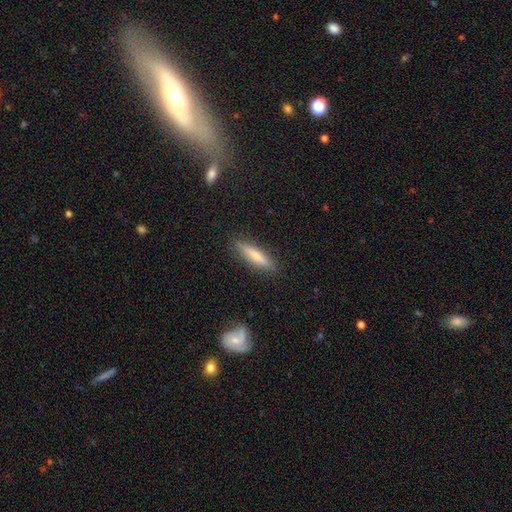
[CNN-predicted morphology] smooth_or_featured: smooth (p=0.68) [alt: featured or disk p=0.26]
how_rounded: cigar-shaped (p=0.80) [alt: in between p=0.18]
merging: none (p=0.87) [alt: minor disturbance p=0.09]